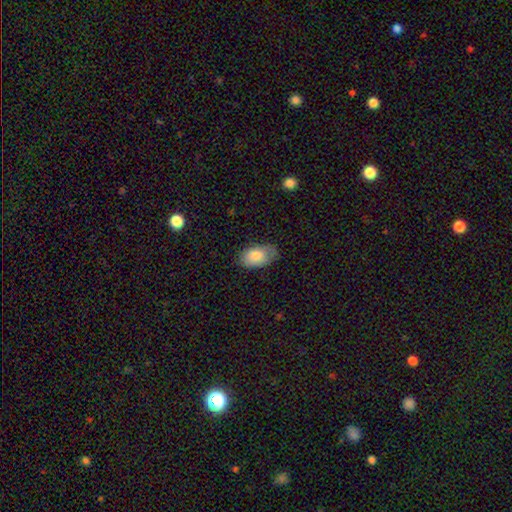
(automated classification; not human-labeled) smooth 81%, featured or disk 13%, star or artifact 6%. Down the decision tree: how rounded — in between (93%); merging — none (71%).